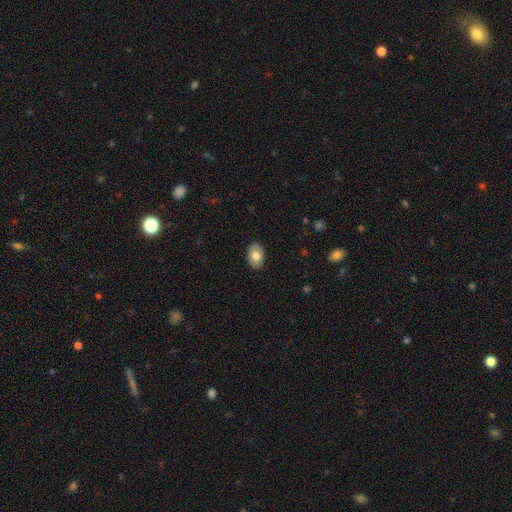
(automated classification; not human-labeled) Morphology: type=smooth (78%); roundness=in between (86%); merging=none (88%).